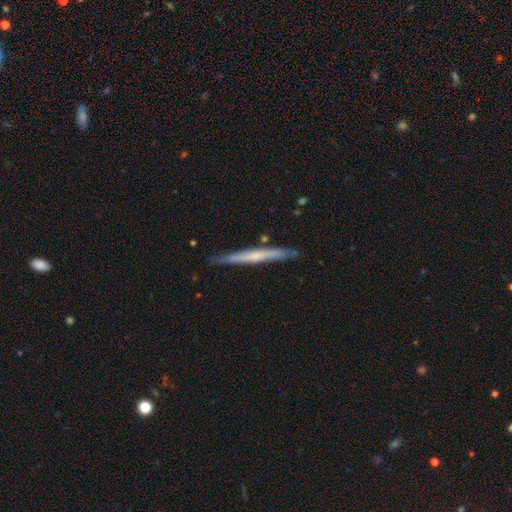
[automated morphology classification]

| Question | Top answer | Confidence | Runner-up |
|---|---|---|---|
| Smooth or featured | featured or disk | 52% | smooth (43%) |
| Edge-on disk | yes | 96% | no (4%) |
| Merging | none | 86% | minor disturbance (11%) |